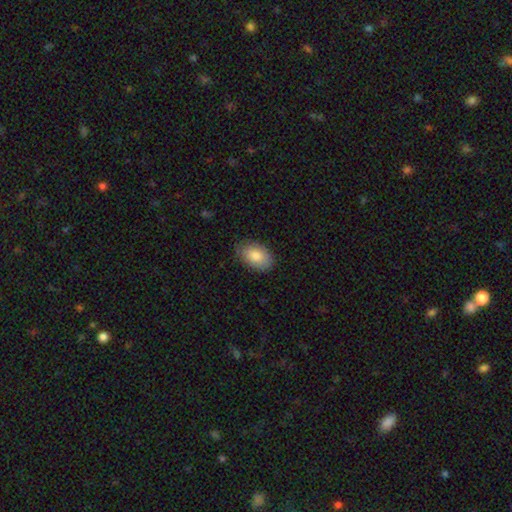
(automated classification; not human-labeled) Smooth or featured?
  - smooth: 84% *
  - featured or disk: 10%
  - star or artifact: 6%
How rounded?
  - in between: 90% *
  - round: 9%
  - cigar-shaped: 1%
Merging?
  - none: 79% *
  - minor disturbance: 17%
  - major disturbance: 3%
  - merger: 1%